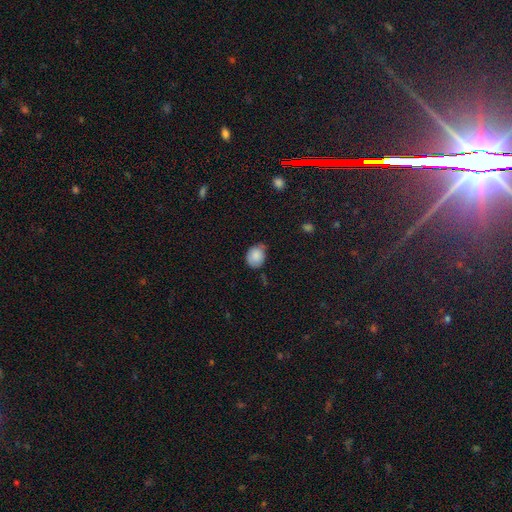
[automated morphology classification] A smooth galaxy with no disk features (85%) that is round (51%).

Vote fractions:
- Smooth or featured? smooth: 85% / star or artifact: 8% / featured or disk: 7%
- How rounded? round: 51% / in between: 48% / cigar-shaped: 1%
- Merging? none: 54% / minor disturbance: 38% / major disturbance: 6% / merger: 3%